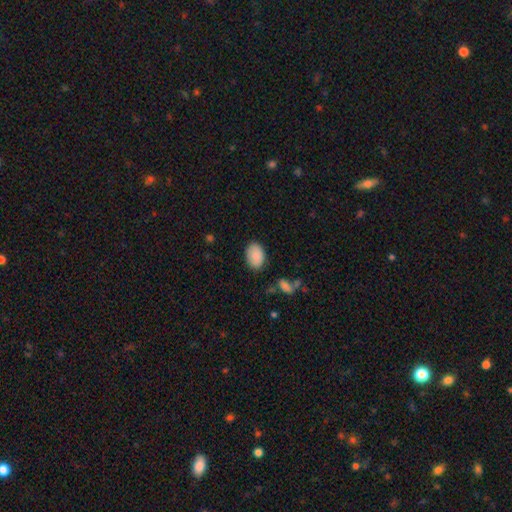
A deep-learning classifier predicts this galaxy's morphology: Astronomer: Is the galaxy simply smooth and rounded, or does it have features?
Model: smooth — 89%.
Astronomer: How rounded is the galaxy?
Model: in between — 86%.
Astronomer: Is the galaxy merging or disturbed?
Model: none — 83%.